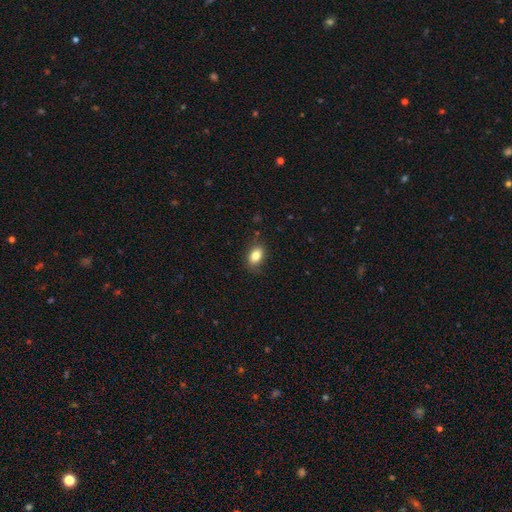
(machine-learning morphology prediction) Smooth or featured? Predicted: smooth (p=0.83). How rounded? Predicted: in between (p=0.82). Merging? Predicted: none (p=0.82).